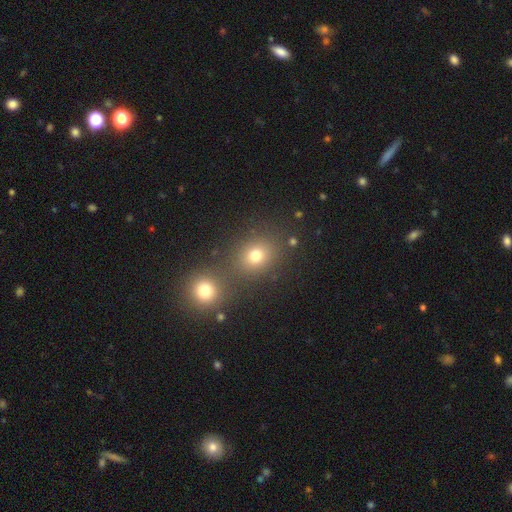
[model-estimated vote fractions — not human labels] Overall: smooth (74%). How rounded: round (69%; in between 30%). Merging: none (66%).